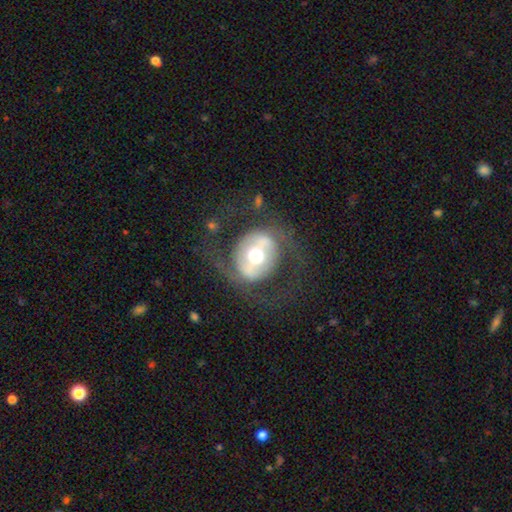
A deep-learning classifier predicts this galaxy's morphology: A featured or disk galaxy (63%) with no bar (42%), no spiral arms (55%) and a moderate central bulge (62%). Merging: none (62%).